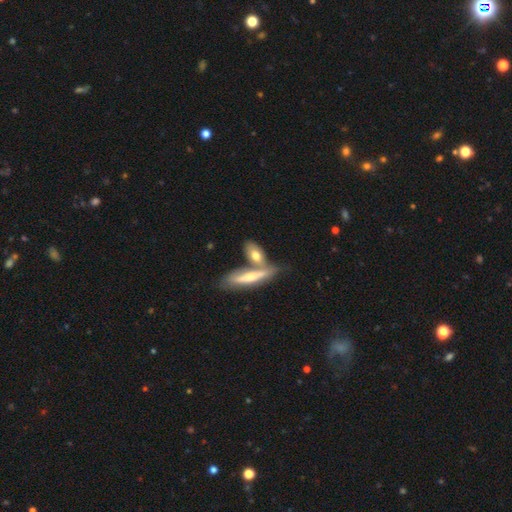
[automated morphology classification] Overall: smooth (60%; featured or disk 34%). How rounded: in between (61%; cigar-shaped 34%). Merging: merger (46%; none 39%).